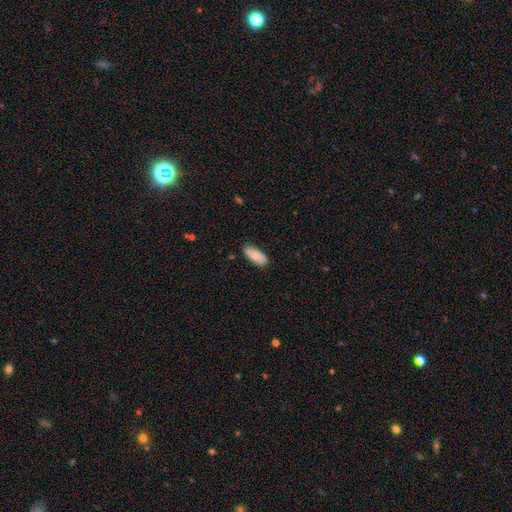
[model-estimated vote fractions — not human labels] smooth_or_featured: smooth (p=0.82) [alt: featured or disk p=0.12]
how_rounded: in between (p=0.83) [alt: cigar-shaped p=0.15]
merging: none (p=0.83) [alt: minor disturbance p=0.13]